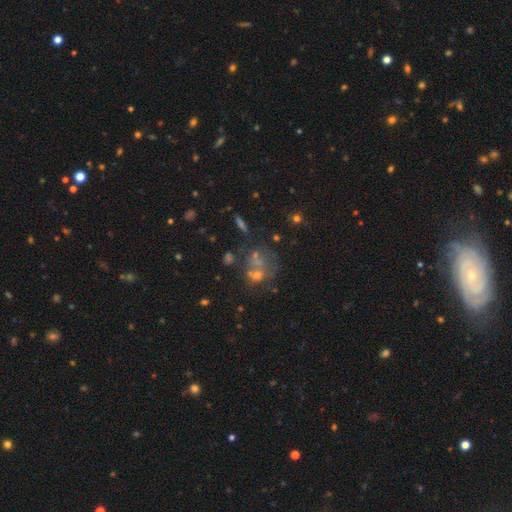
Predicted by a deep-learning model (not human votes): Q: Smooth or featured?
A: smooth (34%); tied with: featured or disk (34%)
Q: Merging?
A: none (40%); runner-up: merger (30%)